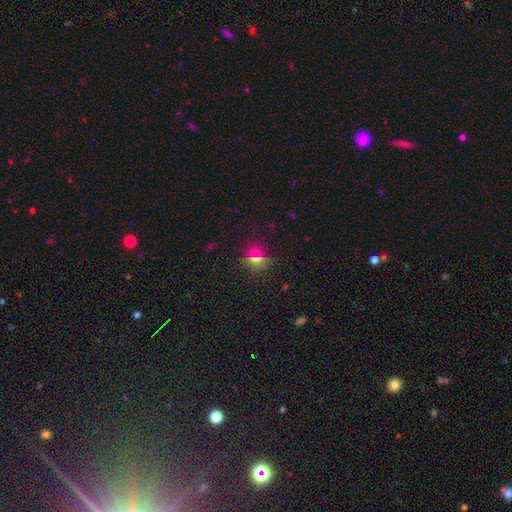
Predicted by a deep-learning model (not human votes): A smooth galaxy with no disk features (63%) that is round (84%). Merging: none (84%).